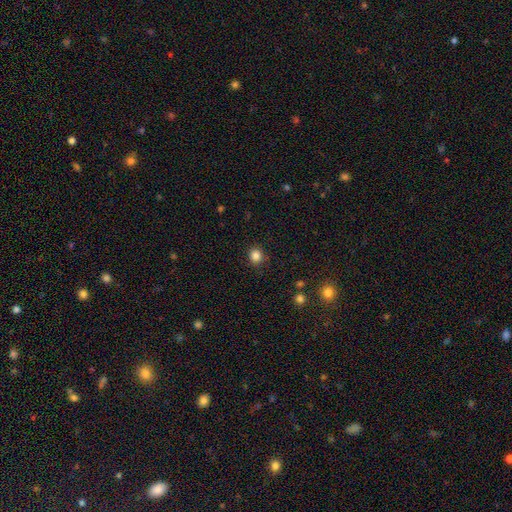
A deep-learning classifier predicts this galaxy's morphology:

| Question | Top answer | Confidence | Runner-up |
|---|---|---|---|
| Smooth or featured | smooth | 85% | star or artifact (12%) |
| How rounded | round | 81% | in between (18%) |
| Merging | none | 89% | minor disturbance (8%) |